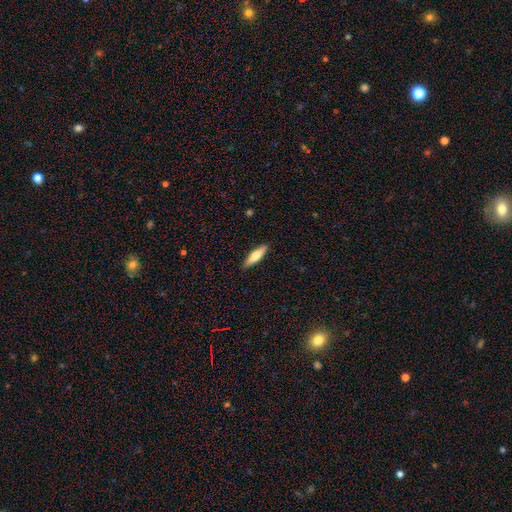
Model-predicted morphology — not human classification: smooth_or_featured: smooth (p=0.65) [alt: featured or disk p=0.29]
how_rounded: cigar-shaped (p=0.68) [alt: in between p=0.30]
merging: none (p=0.90) [alt: minor disturbance p=0.08]